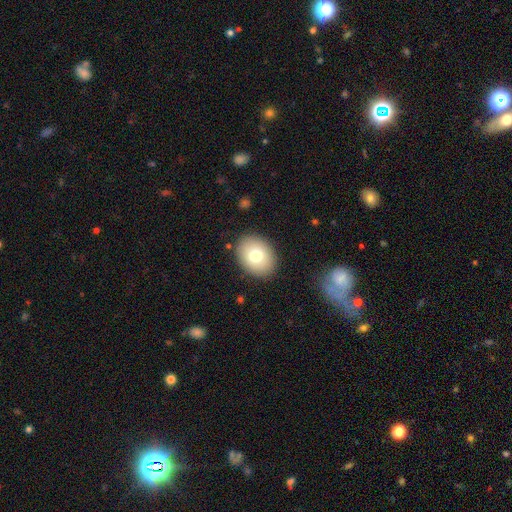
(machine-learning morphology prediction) A smooth galaxy with no disk features (76%) that is in between round and cigar-shaped (62%). Merging: none (87%).